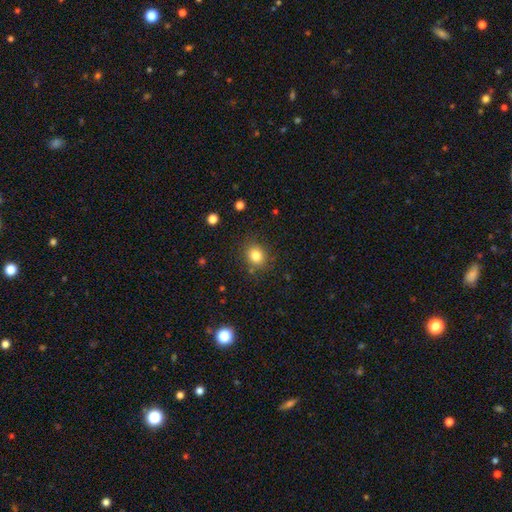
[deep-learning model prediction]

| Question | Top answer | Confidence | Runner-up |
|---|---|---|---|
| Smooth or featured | smooth | 82% | star or artifact (12%) |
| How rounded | round | 71% | in between (28%) |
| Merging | none | 84% | minor disturbance (10%) |